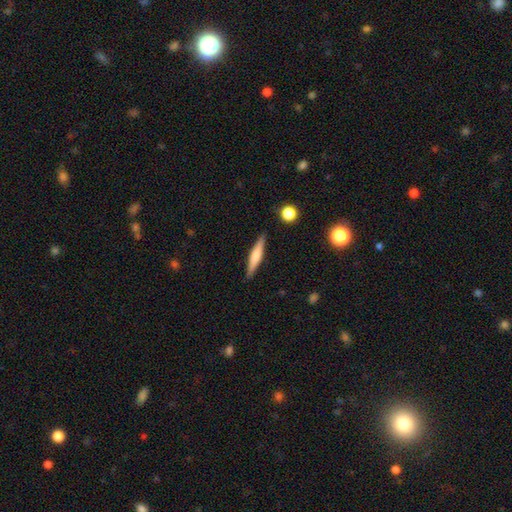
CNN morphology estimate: Smooth or featured: smooth — 48% (featured or disk — 46%)
Merging: none — 89% (minor disturbance — 8%)